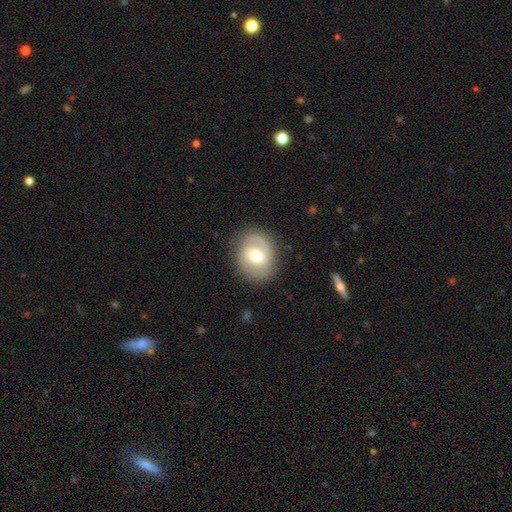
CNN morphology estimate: smooth-or-featured: featured or disk: 64% | smooth: 29% | star or artifact: 7%
  disk-edge-on: no: 96% | yes: 4%
    bar: weak: 43% (tied) | no: 43% (tied) | strong: 14%
    has-spiral-arms: yes: 79% | no: 21%
    bulge-size: moderate: 71% | small: 19% | large: 8% | dominant: 1% | none: 1%
  merging: none: 81% | minor disturbance: 13% | major disturbance: 5% | merger: 1%